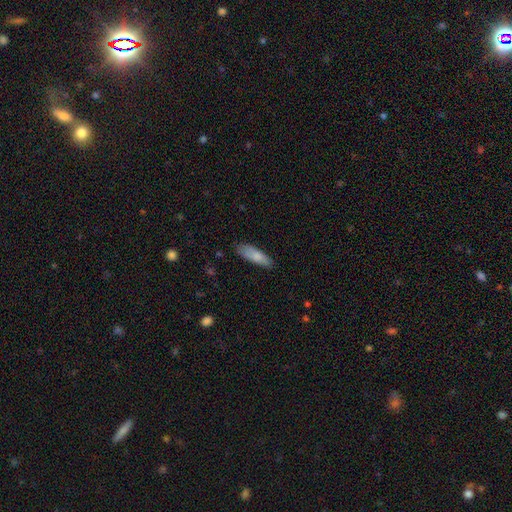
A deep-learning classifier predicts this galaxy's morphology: type=smooth (81%); roundness=in between (50%); merging=none (76%).